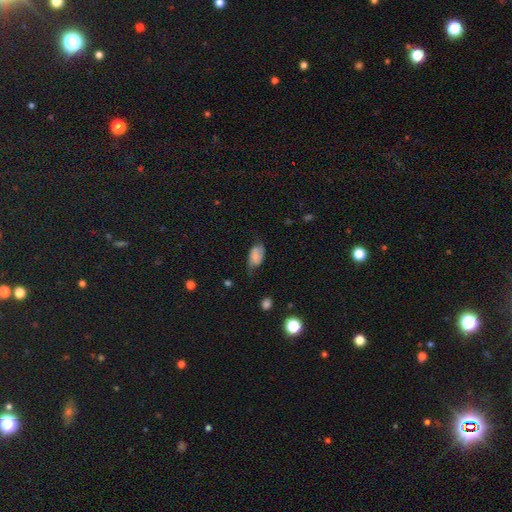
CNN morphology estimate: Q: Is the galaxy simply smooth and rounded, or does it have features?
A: smooth — 54%.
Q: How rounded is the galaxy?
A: in between — 91%.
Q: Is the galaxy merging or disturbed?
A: none — 49%.